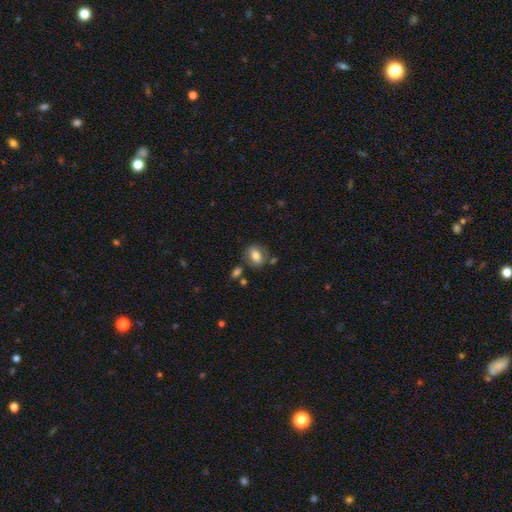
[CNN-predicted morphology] Smooth or featured? Predicted: smooth (p=0.75). How rounded? Predicted: in between (p=0.67). Merging? Predicted: none (p=0.70).